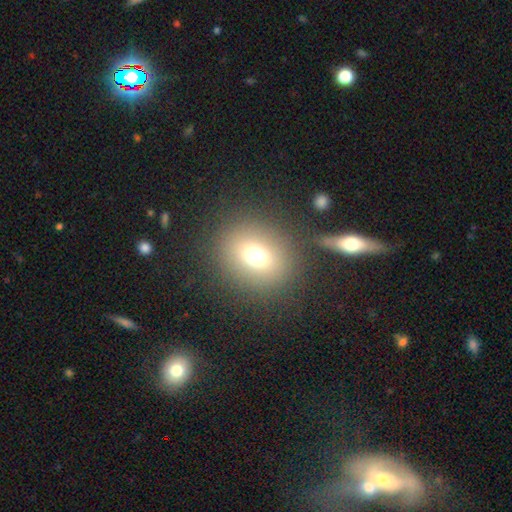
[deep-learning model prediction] smooth 69%, star or artifact 20%, featured or disk 11%. Down the decision tree: how rounded — round (68%); merging — none (80%).